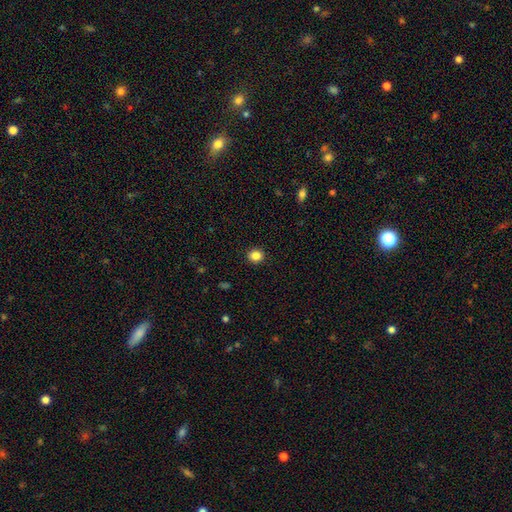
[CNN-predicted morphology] This is clearly a smooth galaxy (85%). How rounded: clearly round (84%). Merging: clearly none (92%).